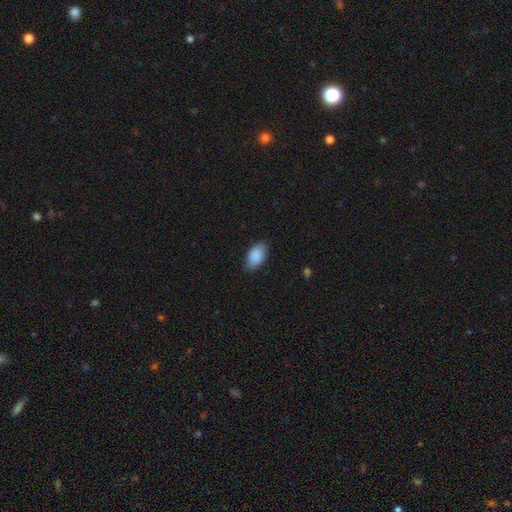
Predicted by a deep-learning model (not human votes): Overall: smooth (89%). How rounded: in between (94%). Merging: none (81%).